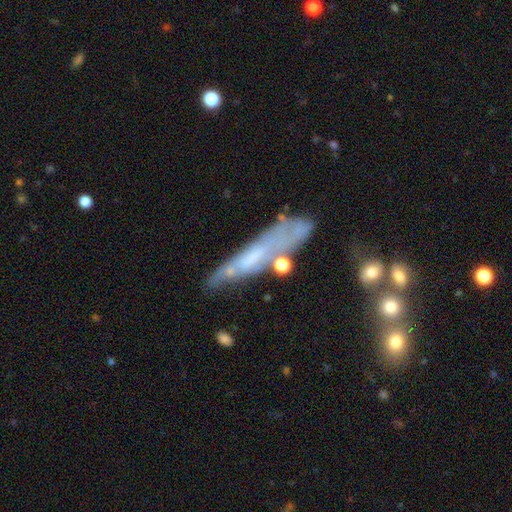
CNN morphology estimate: This appears to be a featured or disk galaxy (54%) viewed edge-on (57%). Merging: none (51%).